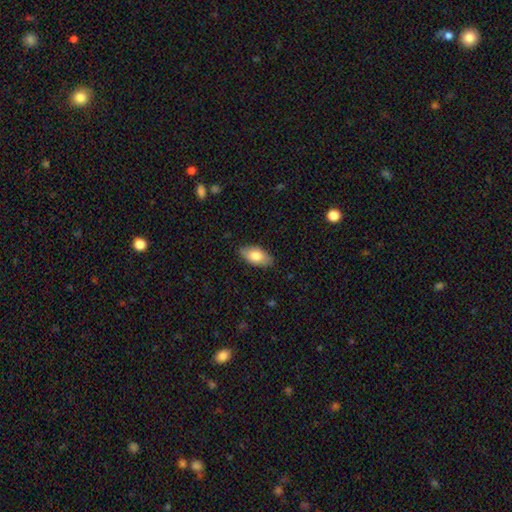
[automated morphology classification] Overall: smooth (76%). How rounded: in between (93%). Merging: none (86%).